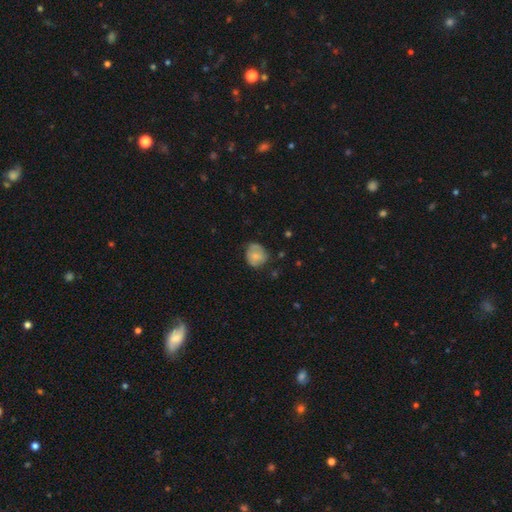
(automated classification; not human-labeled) Overall: smooth (65%; featured or disk 28%). How rounded: round (69%; in between 30%). Merging: none (56%; minor disturbance 32%).